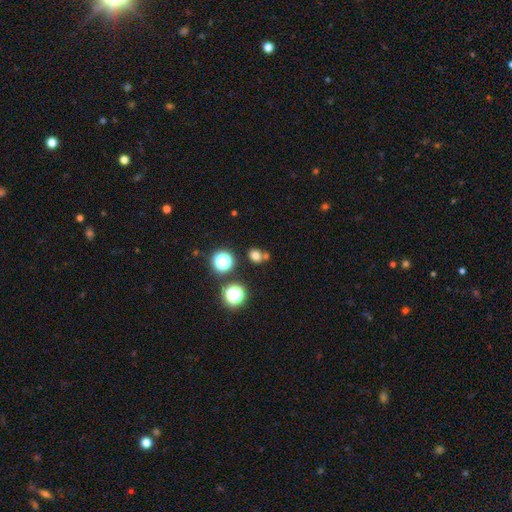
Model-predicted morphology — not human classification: Smooth or featured? Predicted: smooth (p=0.72). How rounded? Predicted: round (p=0.65). Merging? Predicted: none (p=0.67).